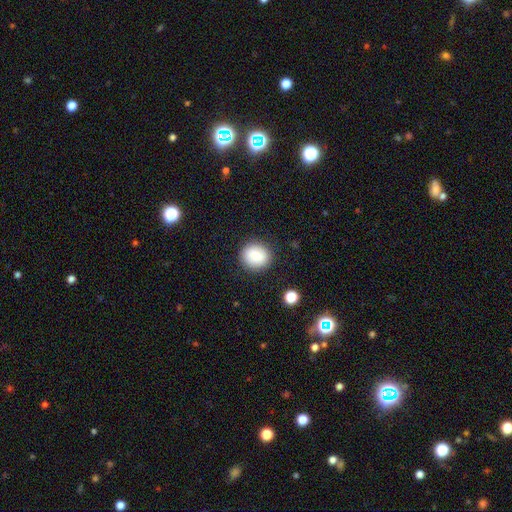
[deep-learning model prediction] Q: Smooth or featured?
A: smooth (85%); runner-up: star or artifact (9%)
Q: How rounded?
A: round (80%); runner-up: in between (19%)
Q: Merging?
A: none (88%); runner-up: minor disturbance (8%)